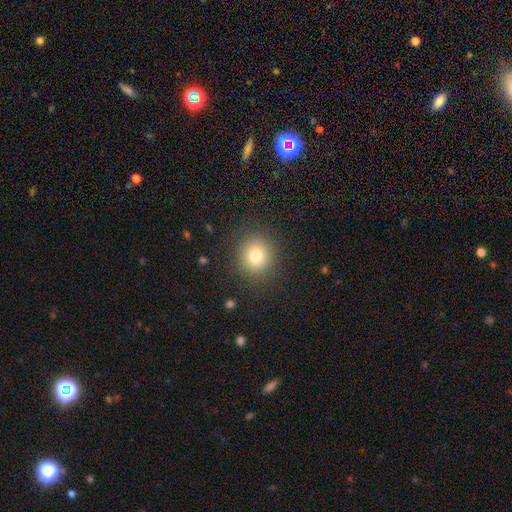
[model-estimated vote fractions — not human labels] Smooth or featured? Predicted: smooth (p=0.78). How rounded? Predicted: round (p=0.87). Merging? Predicted: none (p=0.88).